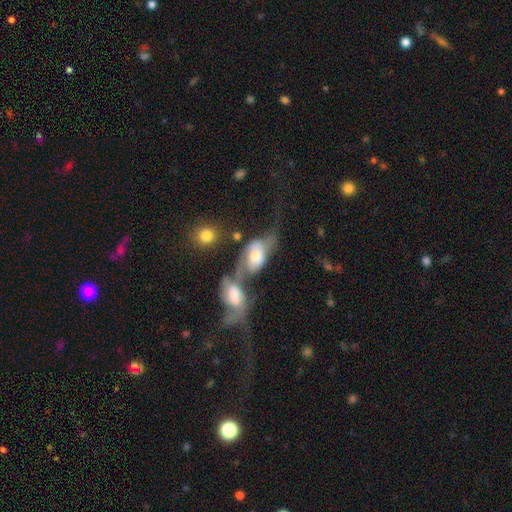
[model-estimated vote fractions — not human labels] This is likely a featured or disk galaxy (63%). It is clearly not viewed edge-on (88%). Bar: possibly no (51%). Spiral arm pattern: clearly yes (82%). Central bulge: marginally moderate (40%). Merging: likely merger (67%).